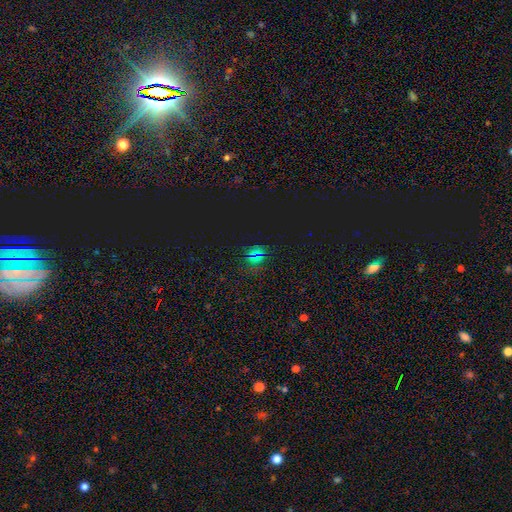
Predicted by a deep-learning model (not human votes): smooth_or_featured: star or artifact (p=0.63) [alt: smooth p=0.30]